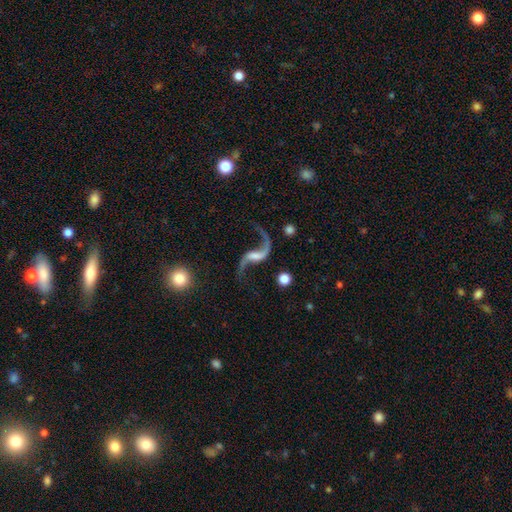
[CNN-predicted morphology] This appears to be a featured or disk galaxy (91%) with a weak bar (43%), 2 (93%) loose (94%) spiral arms (97%) and no central bulge (33%). Merging: none (72%).